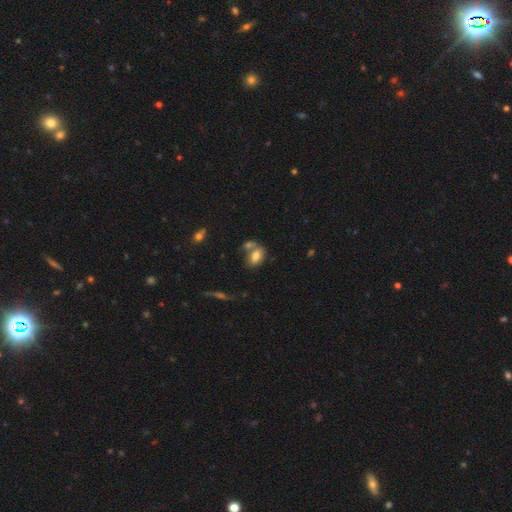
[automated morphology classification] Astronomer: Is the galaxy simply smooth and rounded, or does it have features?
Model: smooth — 76%.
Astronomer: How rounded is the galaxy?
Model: in between — 86%.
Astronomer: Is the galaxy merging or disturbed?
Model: none — 41% (runner-up: merger, 40%).